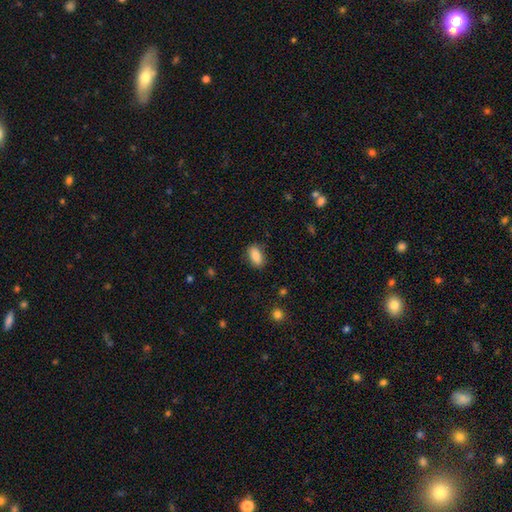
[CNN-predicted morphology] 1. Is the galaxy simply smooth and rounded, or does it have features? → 86% smooth, 8% star or artifact, 6% featured or disk.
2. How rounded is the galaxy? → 91% in between, 5% round, 5% cigar-shaped.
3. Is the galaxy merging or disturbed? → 84% none, 11% minor disturbance, 3% major disturbance, 1% merger.